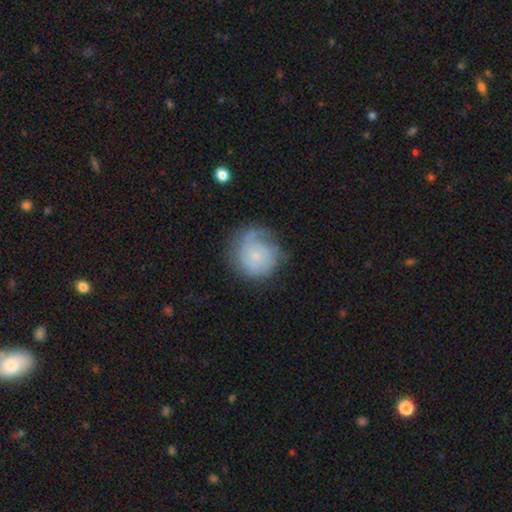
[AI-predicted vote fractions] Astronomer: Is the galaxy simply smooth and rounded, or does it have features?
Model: featured or disk — 56% (runner-up: smooth, 36%).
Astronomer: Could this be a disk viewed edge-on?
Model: no — 98%.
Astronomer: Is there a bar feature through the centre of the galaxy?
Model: no — 77%.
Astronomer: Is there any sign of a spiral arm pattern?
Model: yes — 84%.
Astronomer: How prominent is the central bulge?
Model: small — 75%.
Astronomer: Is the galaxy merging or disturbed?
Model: none — 59%.